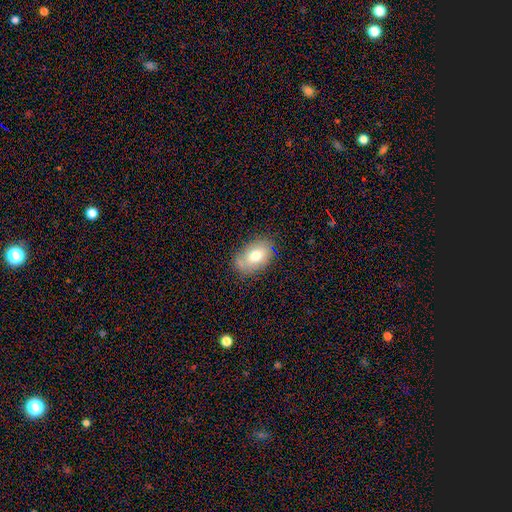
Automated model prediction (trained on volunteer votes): This is likely a smooth galaxy (70%). How rounded: clearly in between (88%). Merging: likely none (72%).